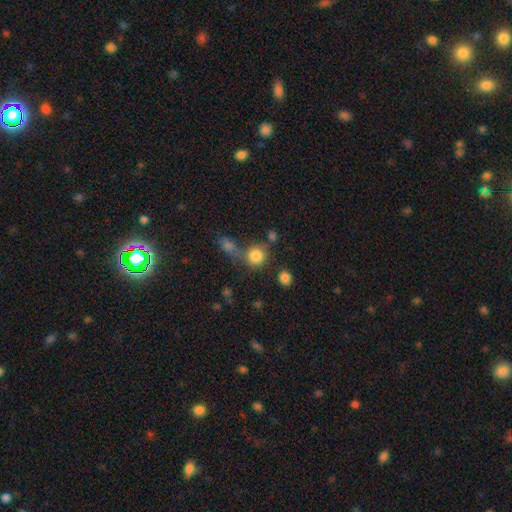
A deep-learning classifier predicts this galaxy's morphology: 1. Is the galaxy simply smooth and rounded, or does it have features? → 82% smooth, 11% star or artifact, 7% featured or disk.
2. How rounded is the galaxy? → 87% round, 11% in between, 1% cigar-shaped.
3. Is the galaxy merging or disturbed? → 56% none, 27% merger, 11% minor disturbance, 6% major disturbance.